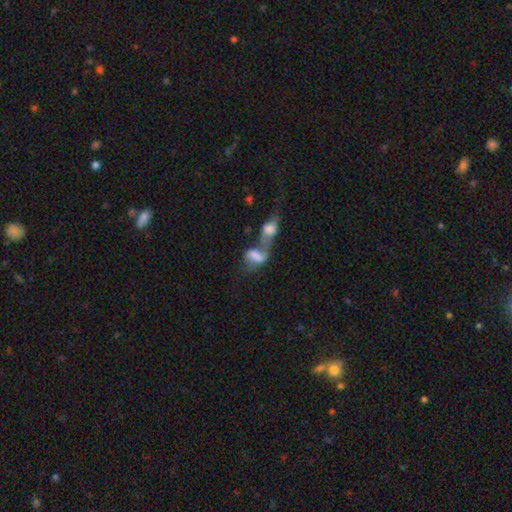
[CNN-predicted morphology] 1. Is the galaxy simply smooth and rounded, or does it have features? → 53% smooth, 36% featured or disk, 11% star or artifact.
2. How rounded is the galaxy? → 81% in between, 11% round, 8% cigar-shaped.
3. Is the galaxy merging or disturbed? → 72% merger, 12% none, 10% major disturbance, 6% minor disturbance.